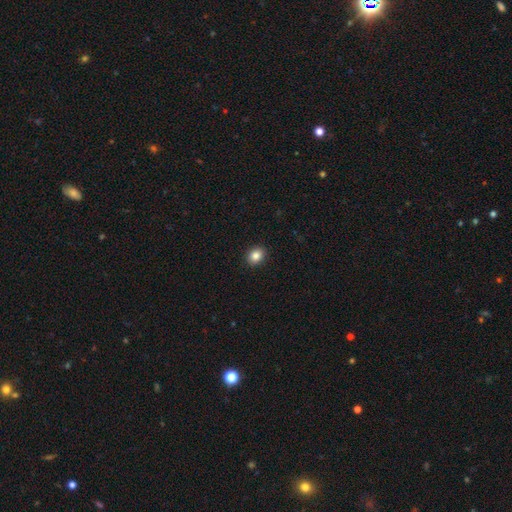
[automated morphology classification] A smooth galaxy with no disk features (85%) that is round (53%).

Vote fractions:
- Smooth or featured? smooth: 85% / star or artifact: 9% / featured or disk: 5%
- How rounded? round: 53% / in between: 46% / cigar-shaped: 1%
- Merging? none: 91% / minor disturbance: 6% / major disturbance: 2% / merger: 1%